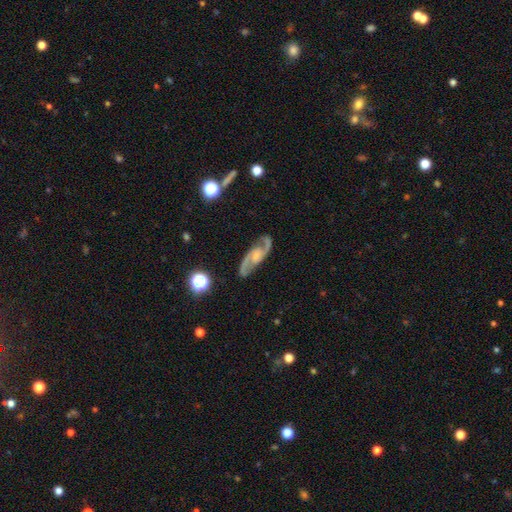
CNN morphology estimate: Smooth or featured? Predicted: featured or disk (p=0.89). Edge-on disk? Predicted: no (p=0.95). Bar? Predicted: no (p=0.47). Spiral arms? Predicted: yes (p=0.98). Spiral winding? Predicted: medium (p=0.55). Spiral arm count? Predicted: 2 (p=0.94). Bulge size? Predicted: small (p=0.40). Merging? Predicted: none (p=0.82).